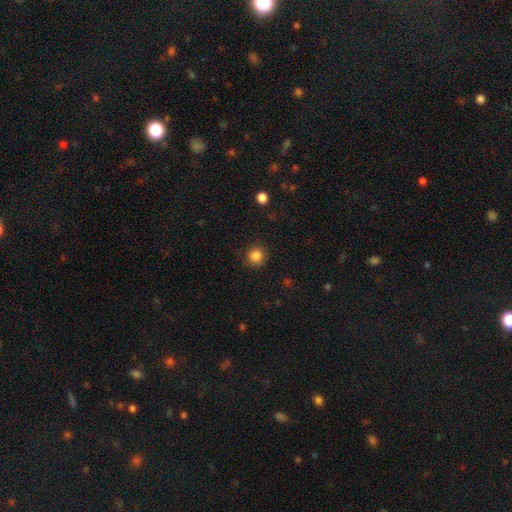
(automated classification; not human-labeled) A smooth galaxy with no disk features (85%) that is round (93%). Merging: none (89%).